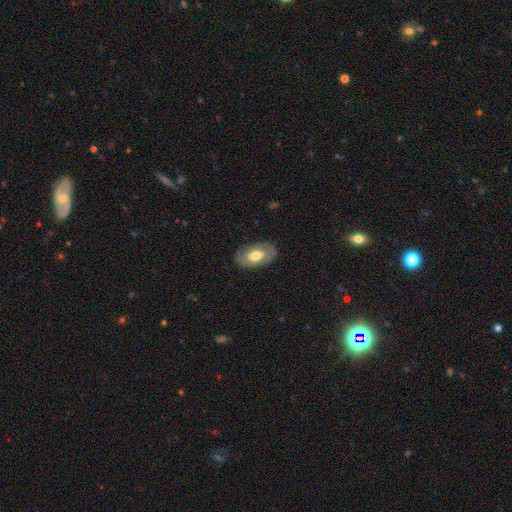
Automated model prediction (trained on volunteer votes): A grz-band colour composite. It shows a featured or disk galaxy (50%). Merging: none (81%).